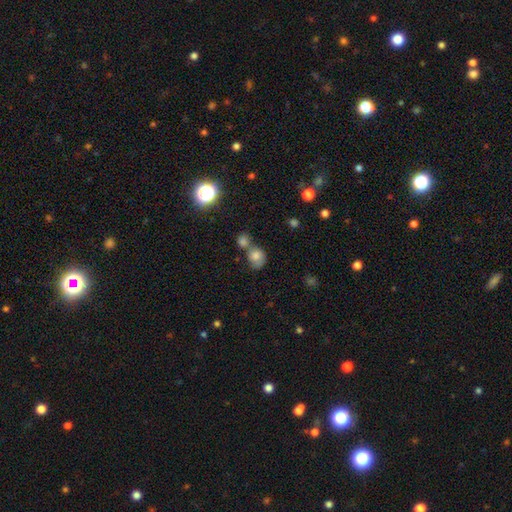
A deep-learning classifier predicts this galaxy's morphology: Overall: smooth (74%). How rounded: round (62%; in between 37%). Merging: merger (47%; none 32%).